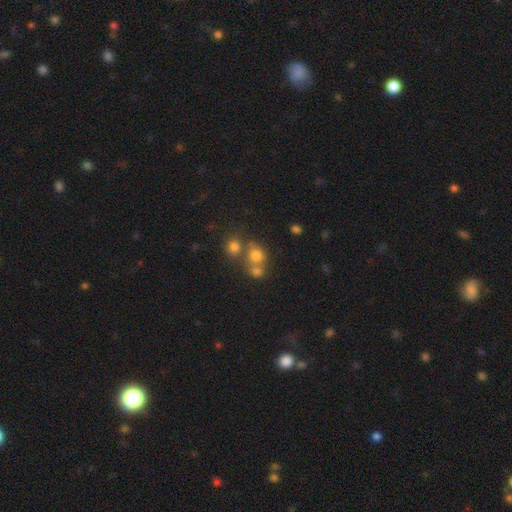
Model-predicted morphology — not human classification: A smooth galaxy with no disk features (71%) that is round (79%).

Vote fractions:
- Smooth or featured? smooth: 71% / star or artifact: 17% / featured or disk: 11%
- How rounded? round: 79% / in between: 20% / cigar-shaped: 1%
- Merging? none: 47% / merger: 39% / minor disturbance: 9% / major disturbance: 4%